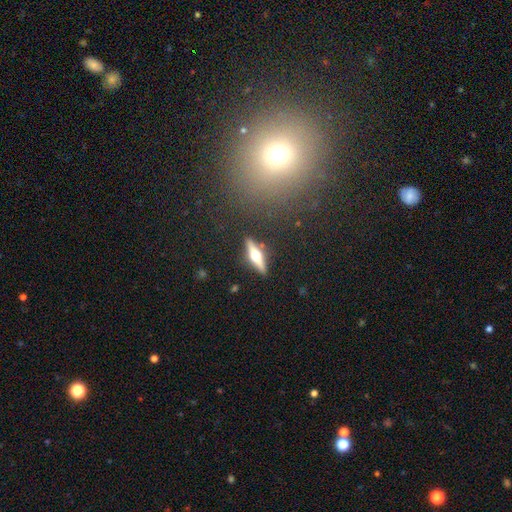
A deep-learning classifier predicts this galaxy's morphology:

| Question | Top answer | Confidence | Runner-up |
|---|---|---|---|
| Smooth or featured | featured or disk | 67% | smooth (27%) |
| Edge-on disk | yes | 95% | no (5%) |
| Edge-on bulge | rounded | 96% | boxy (3%) |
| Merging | none | 89% | minor disturbance (7%) |